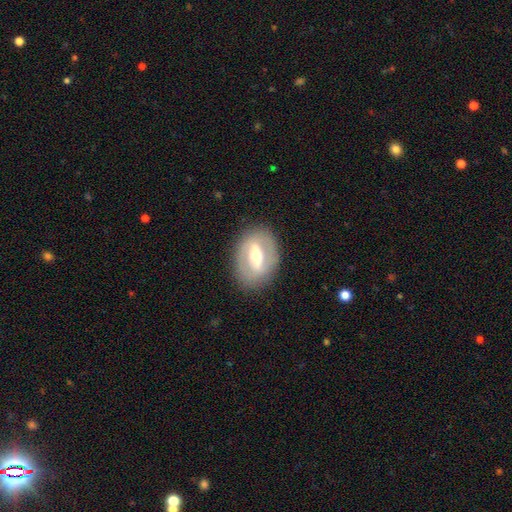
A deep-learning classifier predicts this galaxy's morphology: This is likely a featured or disk galaxy (66%). It is clearly not viewed edge-on (88%). Bar: possibly strong (56%). Spiral arm pattern: likely no (67%). Central bulge: likely moderate (68%). Merging: clearly none (84%).